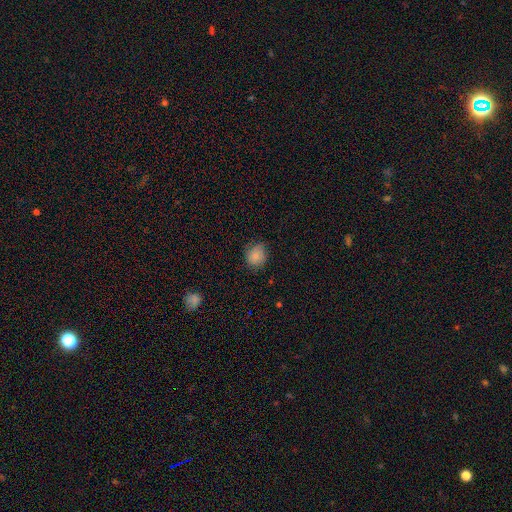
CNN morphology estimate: smooth_or_featured: smooth (p=0.84) [alt: star or artifact p=0.09]
how_rounded: round (p=0.67) [alt: in between p=0.32]
merging: none (p=0.73) [alt: minor disturbance p=0.21]